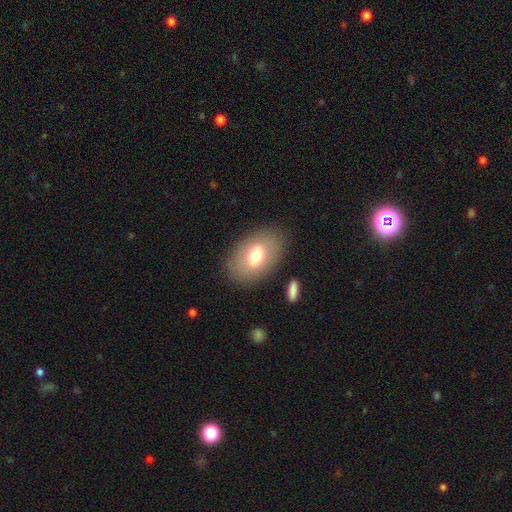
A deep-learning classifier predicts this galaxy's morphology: This is likely a smooth galaxy (71%). How rounded: clearly in between (87%). Merging: clearly none (83%).